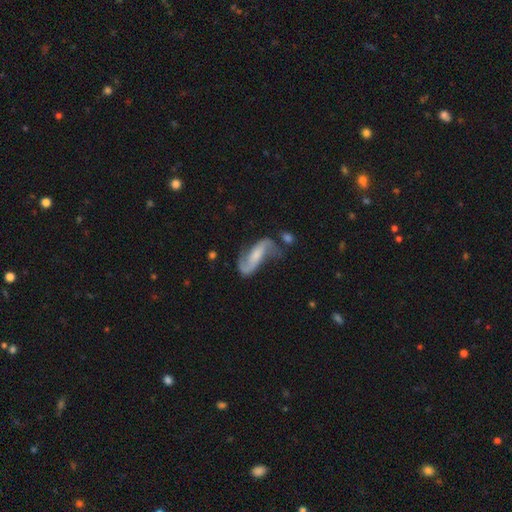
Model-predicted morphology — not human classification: A featured or disk galaxy (78%) with no bar (38%), 2 (89%) loose (61%) spiral arms (93%) and a small central bulge (39%).

Vote fractions:
- Smooth or featured? featured or disk: 78% / smooth: 16% / star or artifact: 6%
- Edge-on disk? no: 93% / yes: 7%
- Bar? no: 38% / weak: 36% / strong: 26%
- Spiral arms? yes: 93% / no: 7%
- Spiral winding? loose: 61% / medium: 29% / tight: 10%
- Spiral arm count? 2: 89% / 1: 4% / can't tell: 4% / 3: 1% / 4: 1% / more than 4: 1%
- Bulge size? small: 39% / moderate: 33% / none: 18% / large: 7% / dominant: 2%
- Merging? none: 50% / minor disturbance: 22% / major disturbance: 16% / merger: 12%